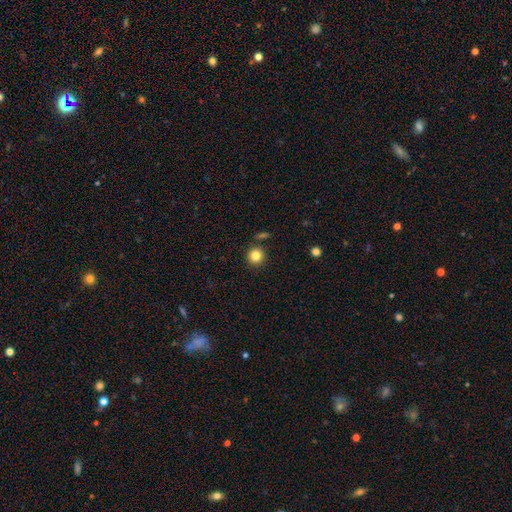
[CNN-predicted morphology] Smooth or featured: smooth — 83% (star or artifact — 11%)
How rounded: round — 94% (in between — 5%)
Merging: none — 87% (minor disturbance — 7%)